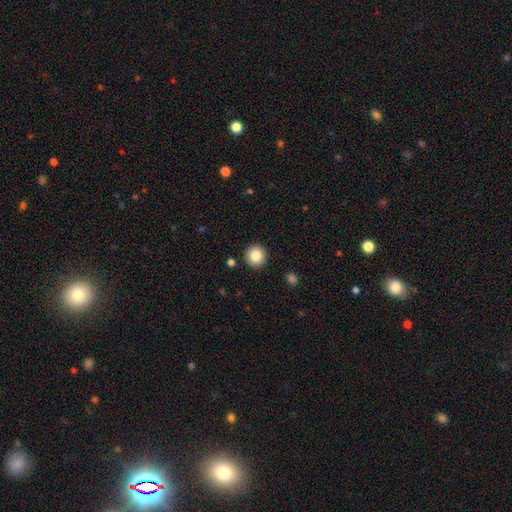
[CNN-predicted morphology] smooth_or_featured: smooth (p=0.84) [alt: star or artifact p=0.09]
how_rounded: round (p=0.95) [alt: in between p=0.04]
merging: none (p=0.92) [alt: minor disturbance p=0.05]